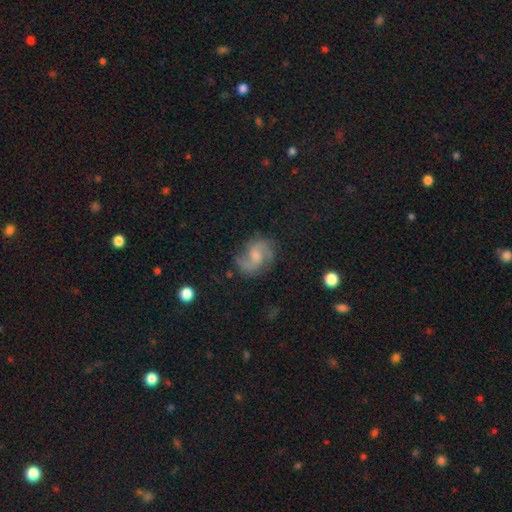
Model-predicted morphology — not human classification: Smooth or featured? Predicted: featured or disk (p=0.81). Edge-on disk? Predicted: no (p=0.98). Bar? Predicted: no (p=0.48). Spiral arms? Predicted: yes (p=0.96). Spiral winding? Predicted: medium (p=0.53). Spiral arm count? Predicted: 2 (p=0.89). Bulge size? Predicted: small (p=0.45). Merging? Predicted: none (p=0.73).